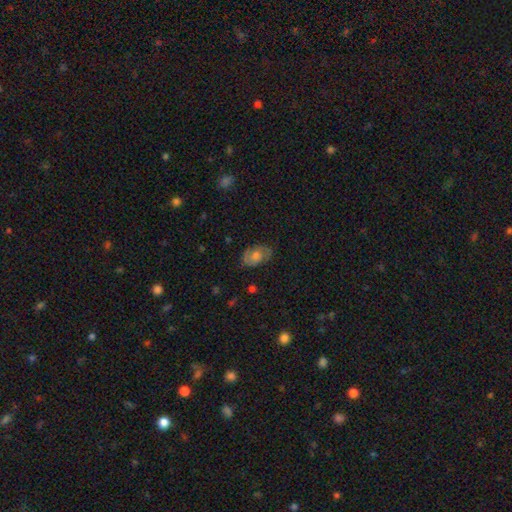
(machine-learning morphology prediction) smooth_or_featured: smooth (p=0.46) [alt: featured or disk p=0.45]
merging: none (p=0.78) [alt: minor disturbance p=0.16]